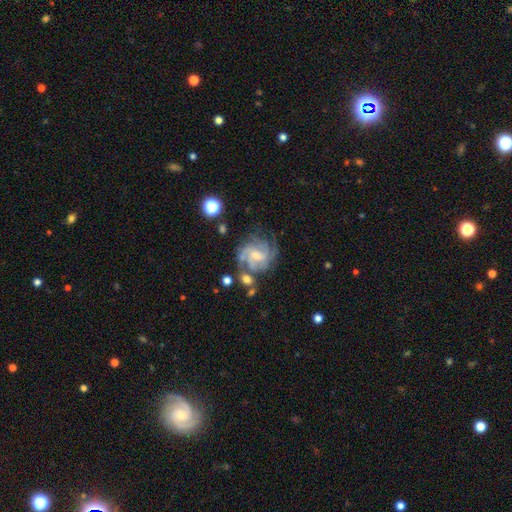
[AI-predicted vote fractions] Q: Smooth or featured?
A: featured or disk (83%); runner-up: smooth (10%)
Q: Edge-on disk?
A: no (98%); runner-up: yes (2%)
Q: Bar?
A: weak (46%); runner-up: no (44%)
Q: Spiral arms?
A: yes (94%); runner-up: no (6%)
Q: Spiral winding?
A: tight (50%); runner-up: medium (40%)
Q: Spiral arm count?
A: can't tell (28%); runner-up: 3 (25%)
Q: Bulge size?
A: small (50%); runner-up: moderate (43%)
Q: Merging?
A: none (61%); runner-up: minor disturbance (19%)